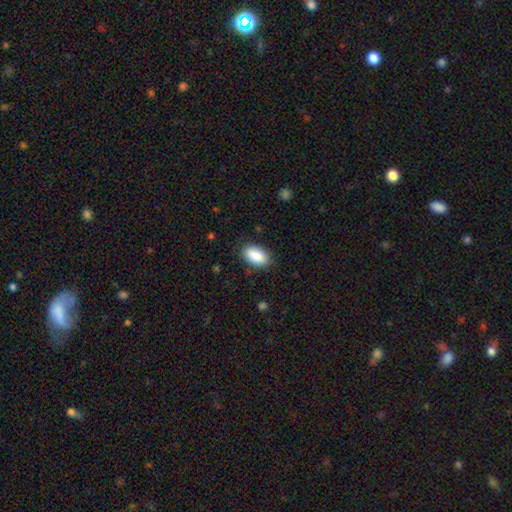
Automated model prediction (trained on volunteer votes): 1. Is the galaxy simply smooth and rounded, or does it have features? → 89% smooth, 6% star or artifact, 4% featured or disk.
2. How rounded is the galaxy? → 94% in between, 5% round, 2% cigar-shaped.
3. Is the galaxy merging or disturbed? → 85% none, 11% minor disturbance, 3% major disturbance, 1% merger.